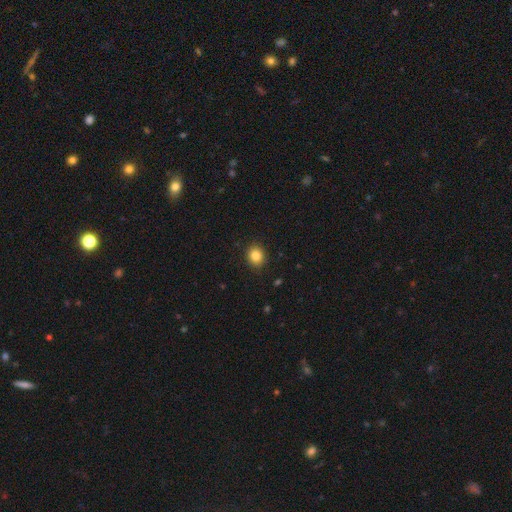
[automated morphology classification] Smooth or featured? smooth (84%)
How rounded? round (75%)
Merging? none (91%)